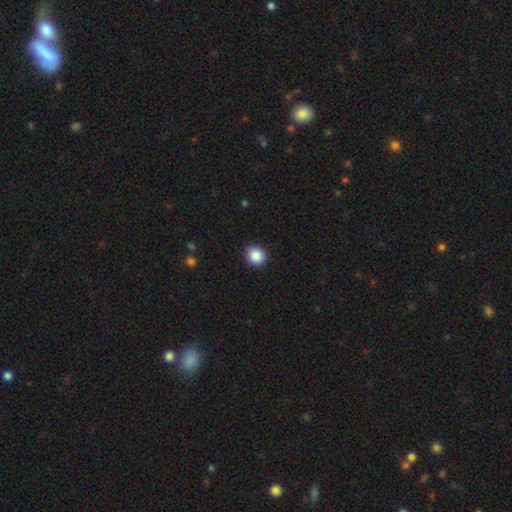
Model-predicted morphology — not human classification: smooth-or-featured: smooth: 87% | star or artifact: 9% | featured or disk: 4%
  how-rounded: round: 84% | in between: 15% | cigar-shaped: 1%
  merging: none: 91% | minor disturbance: 7% | major disturbance: 2% | merger: 1%